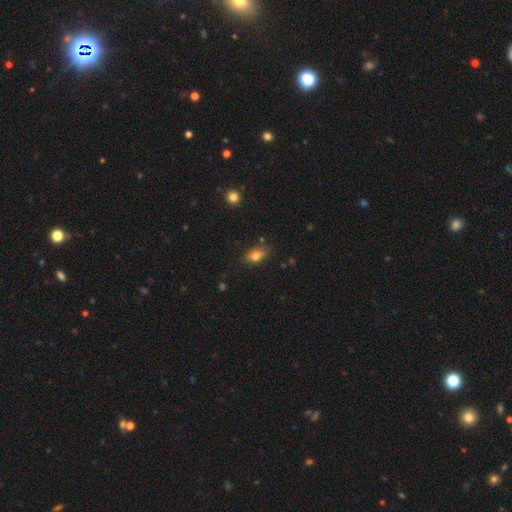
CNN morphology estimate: Smooth or featured?
  - smooth: 73% *
  - featured or disk: 17%
  - star or artifact: 10%
How rounded?
  - in between: 81% *
  - round: 11%
  - cigar-shaped: 8%
Merging?
  - none: 70% *
  - minor disturbance: 21%
  - major disturbance: 5%
  - merger: 4%